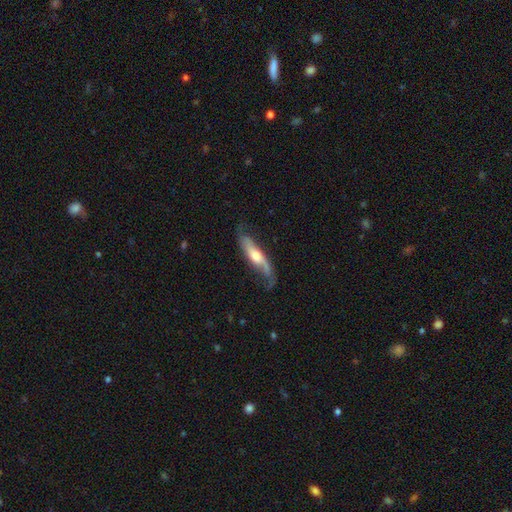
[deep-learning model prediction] A featured or disk galaxy (73%).

Vote fractions:
- Smooth or featured? featured or disk: 73% / smooth: 22% / star or artifact: 5%
- Edge-on disk? no: 59% / yes: 41%
- Merging? none: 58% / minor disturbance: 25% / major disturbance: 14% / merger: 2%